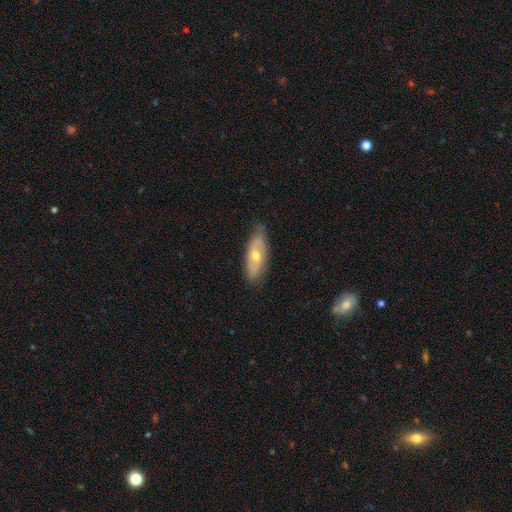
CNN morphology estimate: Smooth or featured: featured or disk — 49% (smooth — 44%)
Merging: none — 70% (minor disturbance — 24%)